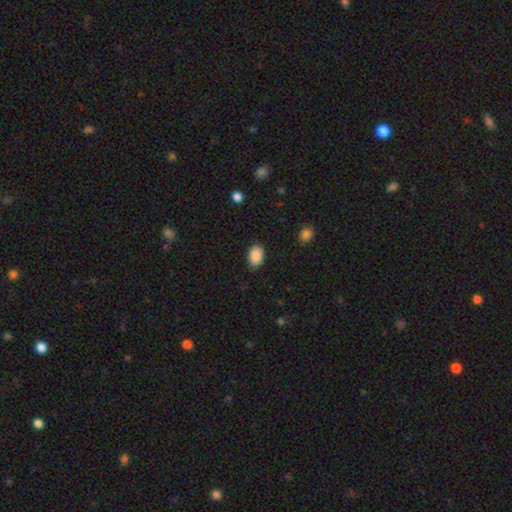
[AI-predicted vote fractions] A smooth galaxy with no disk features (90%) that is in between round and cigar-shaped (85%).

Vote fractions:
- Smooth or featured? smooth: 90% / star or artifact: 7% / featured or disk: 3%
- How rounded? in between: 85% / round: 14% / cigar-shaped: 1%
- Merging? none: 85% / minor disturbance: 11% / major disturbance: 3% / merger: 1%